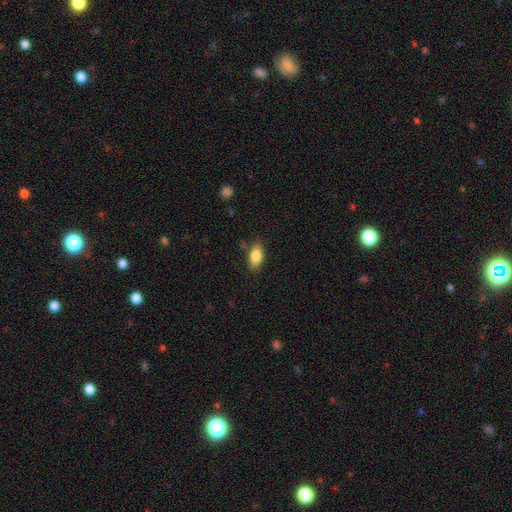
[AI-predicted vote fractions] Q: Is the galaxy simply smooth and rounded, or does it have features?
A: smooth — 84%.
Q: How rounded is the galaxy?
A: in between — 88%.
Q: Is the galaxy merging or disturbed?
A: none — 82%.